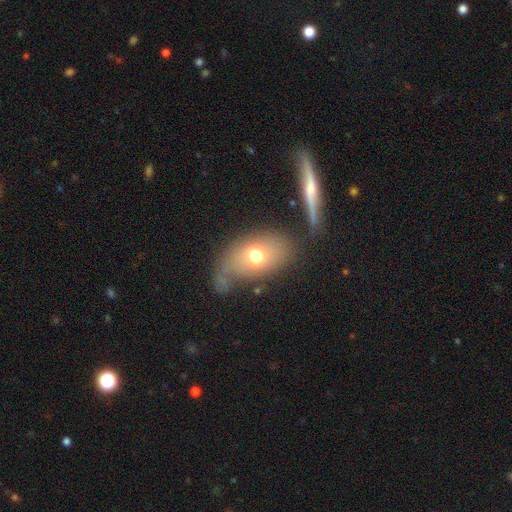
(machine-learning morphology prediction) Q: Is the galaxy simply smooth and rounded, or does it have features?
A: smooth — 60%.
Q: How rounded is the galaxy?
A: in between — 81%.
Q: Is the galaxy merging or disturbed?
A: none — 44%.